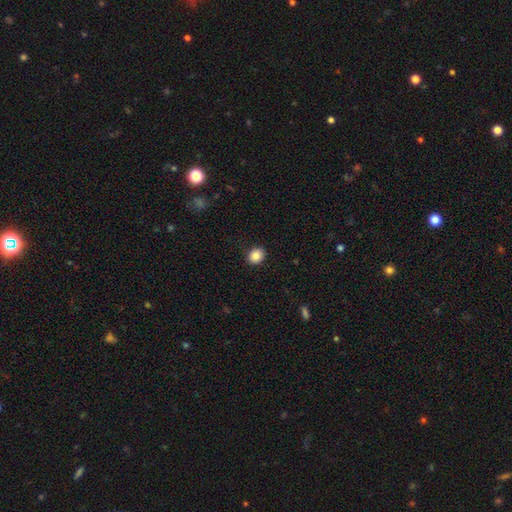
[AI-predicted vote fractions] A smooth galaxy with no disk features (86%) that is round (62%).

Vote fractions:
- Smooth or featured? smooth: 86% / star or artifact: 9% / featured or disk: 4%
- How rounded? round: 62% / in between: 37% / cigar-shaped: 1%
- Merging? none: 89% / minor disturbance: 8% / major disturbance: 2% / merger: 1%